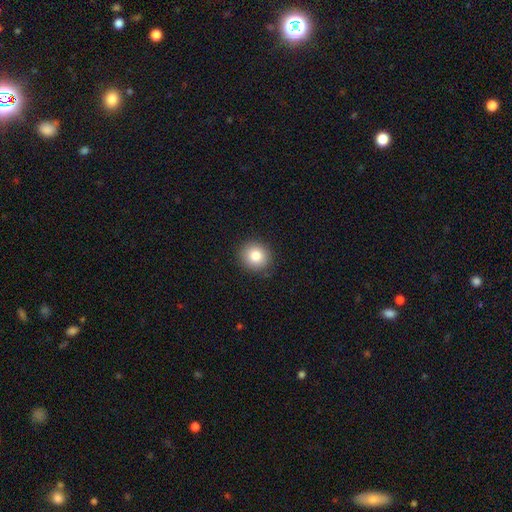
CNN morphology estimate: Smooth or featured? smooth (82%)
How rounded? round (88%)
Merging? none (89%)